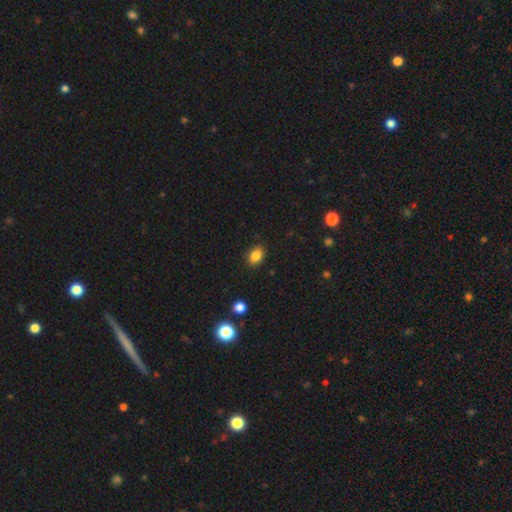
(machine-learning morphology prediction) Smooth or featured? smooth (84%)
How rounded? in between (81%)
Merging? none (87%)